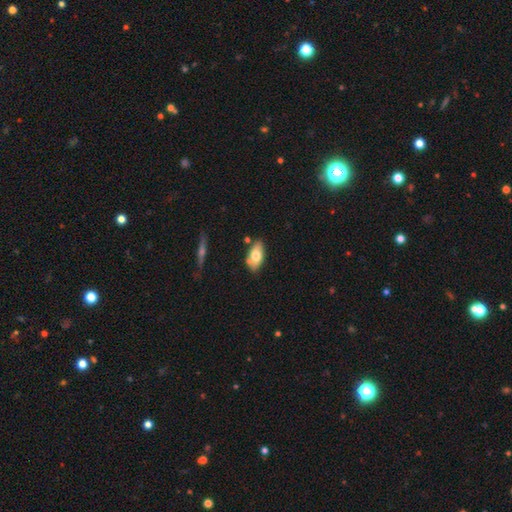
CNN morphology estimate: Smooth or featured?
  - smooth: 68% *
  - featured or disk: 25%
  - star or artifact: 7%
How rounded?
  - in between: 92% *
  - cigar-shaped: 5%
  - round: 3%
Merging?
  - none: 73% *
  - minor disturbance: 16%
  - merger: 8%
  - major disturbance: 3%